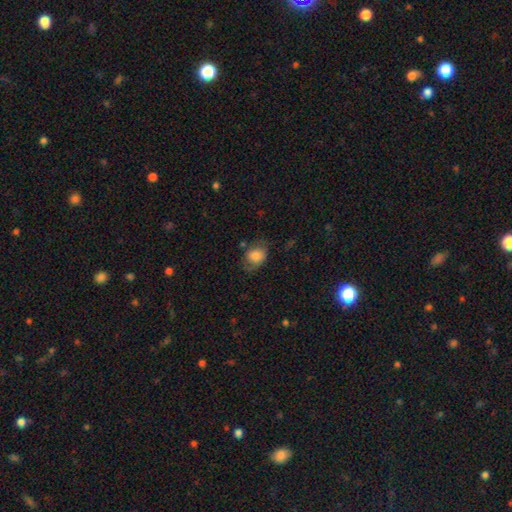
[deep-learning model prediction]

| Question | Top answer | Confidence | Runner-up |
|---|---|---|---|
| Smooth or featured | smooth | 74% | featured or disk (17%) |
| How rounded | in between | 65% | round (34%) |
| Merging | none | 55% | minor disturbance (28%) |